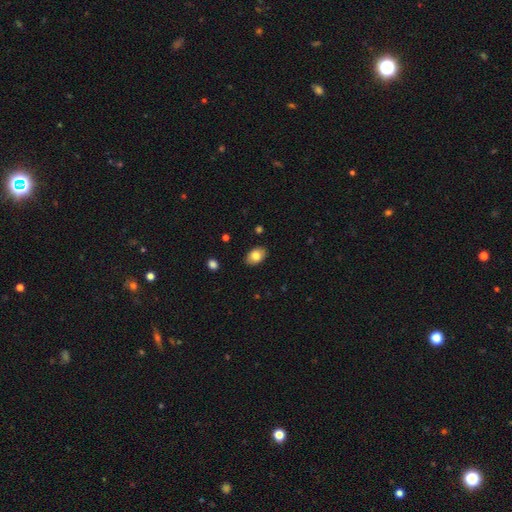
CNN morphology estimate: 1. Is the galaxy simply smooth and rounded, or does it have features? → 83% smooth, 10% featured or disk, 7% star or artifact.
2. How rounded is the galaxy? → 87% in between, 12% round, 1% cigar-shaped.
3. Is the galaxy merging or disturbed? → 87% none, 10% minor disturbance, 2% major disturbance, 1% merger.